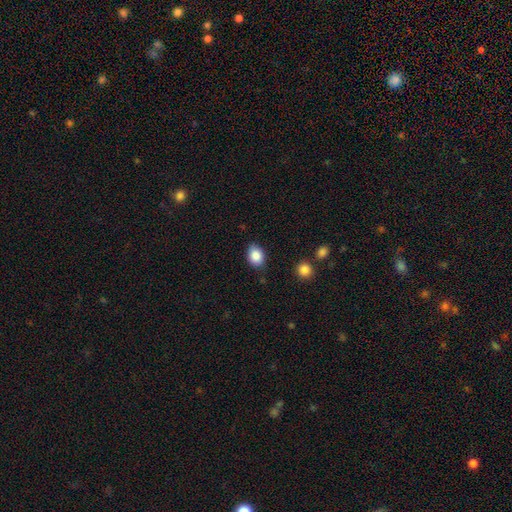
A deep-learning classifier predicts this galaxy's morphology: smooth_or_featured: smooth (p=0.86) [alt: star or artifact p=0.08]
how_rounded: in between (p=0.72) [alt: round p=0.27]
merging: none (p=0.81) [alt: minor disturbance p=0.15]